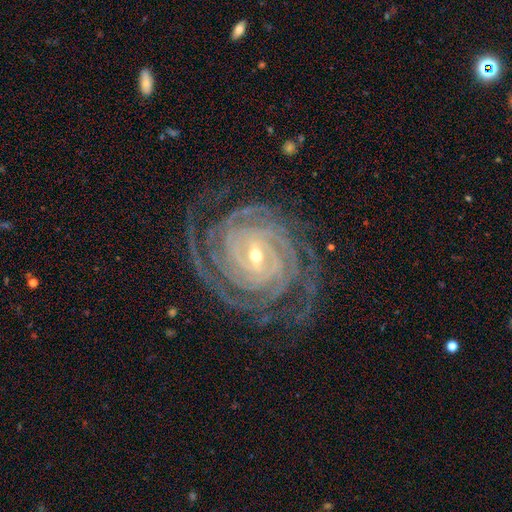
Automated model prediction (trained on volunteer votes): Morphology: type=featured or disk (93%); edge-on=no (97%); bar=weak (39%, tied with strong); spiral arms=yes (99%); winding=tight (86%); arm count=4 (28%); bulge=small (62%); merging=none (79%).